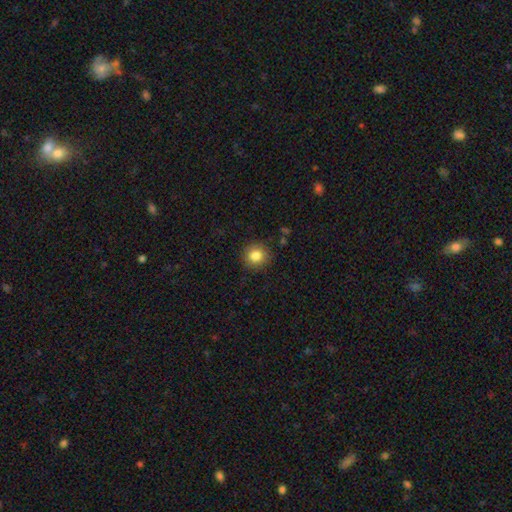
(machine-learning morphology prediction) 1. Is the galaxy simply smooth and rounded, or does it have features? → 84% smooth, 10% star or artifact, 7% featured or disk.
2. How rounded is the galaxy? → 91% round, 8% in between, 1% cigar-shaped.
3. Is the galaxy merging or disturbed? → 87% none, 9% minor disturbance, 3% major disturbance, 1% merger.